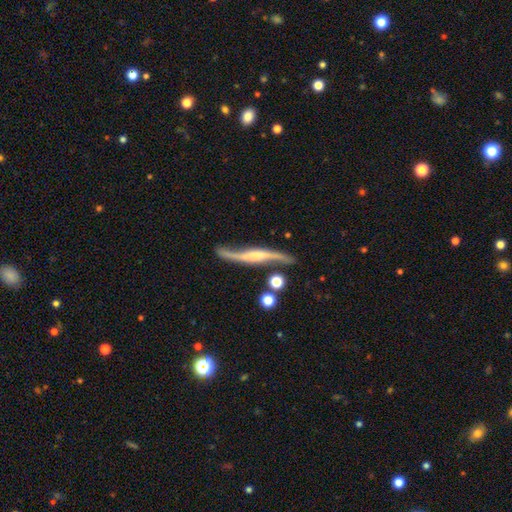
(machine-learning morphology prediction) Overall: featured or disk (85%). Edge-on disk: no (53%; yes 47%). Merging: none (68%).